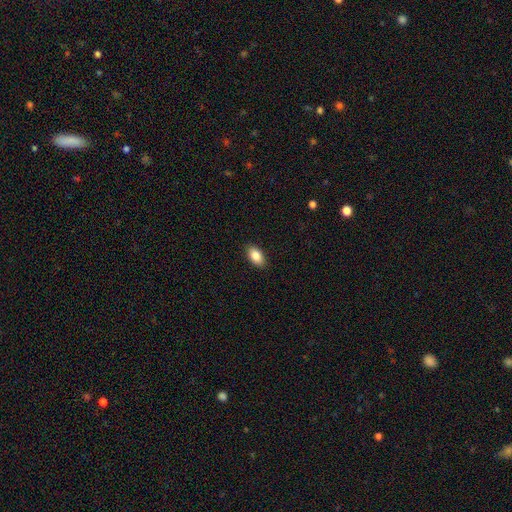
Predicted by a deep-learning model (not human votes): The model was most divided on "smooth or featured": smooth: 86%, star or artifact: 7%, featured or disk: 7%. More confident: how rounded — in between (93%); merging — none (89%).